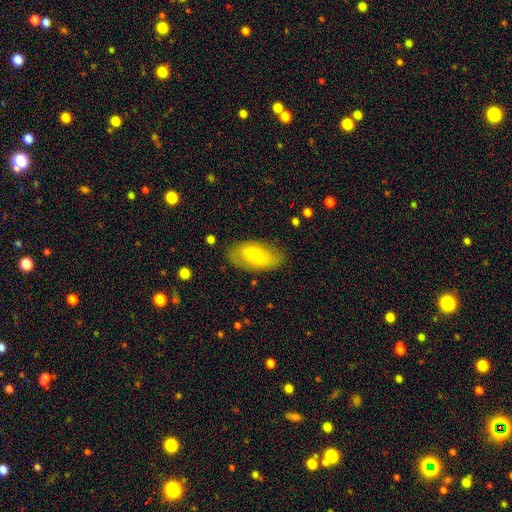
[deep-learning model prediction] This is possibly a smooth galaxy (54%). How rounded: clearly in between (93%). Merging: likely none (80%).